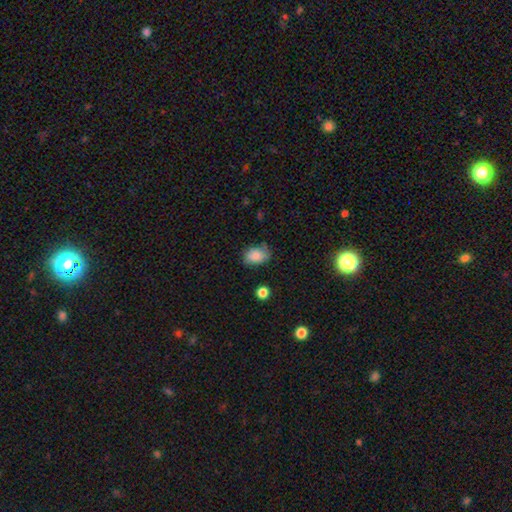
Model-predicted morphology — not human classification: Smooth or featured? Predicted: smooth (p=0.85). How rounded? Predicted: in between (p=0.81). Merging? Predicted: none (p=0.71).